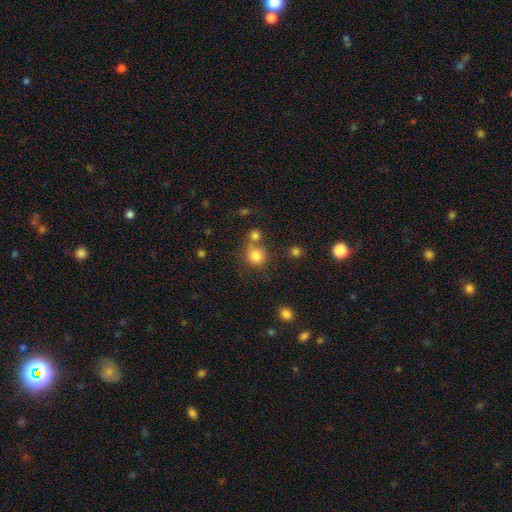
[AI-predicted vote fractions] The model was most divided on "merging": none: 62%, merger: 23%, minor disturbance: 11%, major disturbance: 4%. More confident: how rounded — round (89%); smooth or featured — smooth (81%).